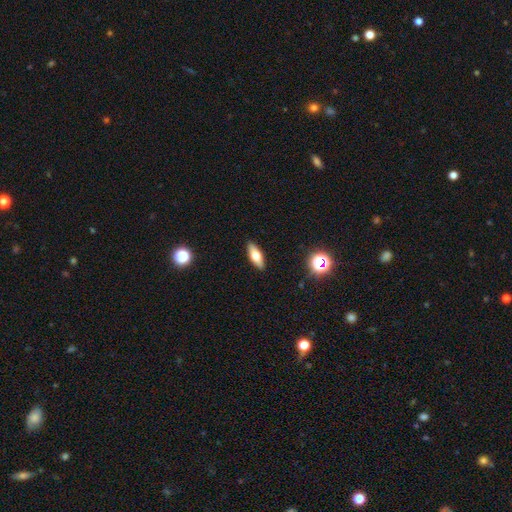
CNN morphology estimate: A smooth galaxy with no disk features (62%) that is in between round and cigar-shaped (64%). Merging: none (90%).